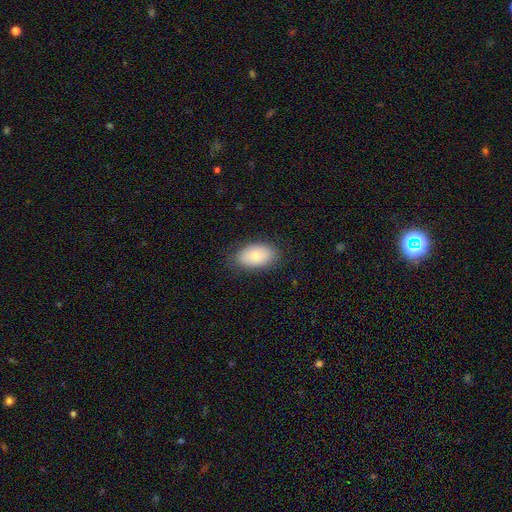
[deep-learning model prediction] The model was most divided on "merging": none: 82%, minor disturbance: 14%, major disturbance: 3%, merger: 1%. More confident: how rounded — in between (94%); smooth or featured — smooth (81%).